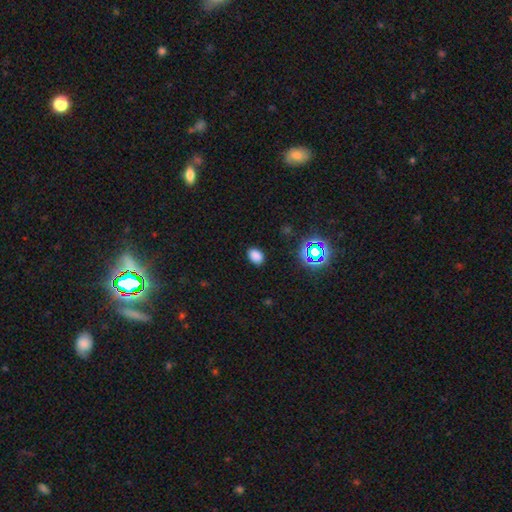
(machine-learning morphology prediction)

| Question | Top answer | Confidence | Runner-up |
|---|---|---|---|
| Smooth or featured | smooth | 79% | star or artifact (17%) |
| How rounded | in between | 77% | round (22%) |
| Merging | none | 85% | minor disturbance (11%) |